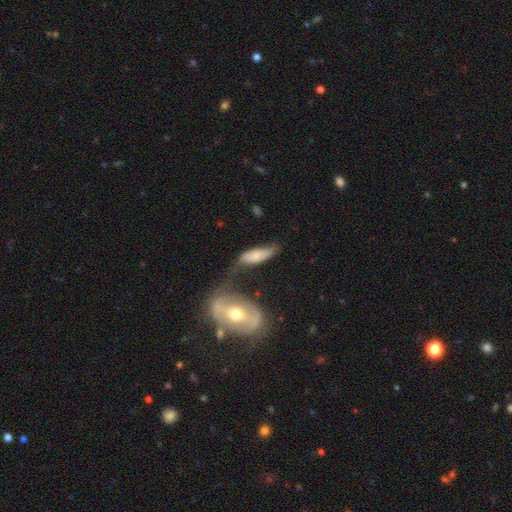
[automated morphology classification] Smooth or featured? smooth (61%)
How rounded? in between (62%)
Merging? none (34%)